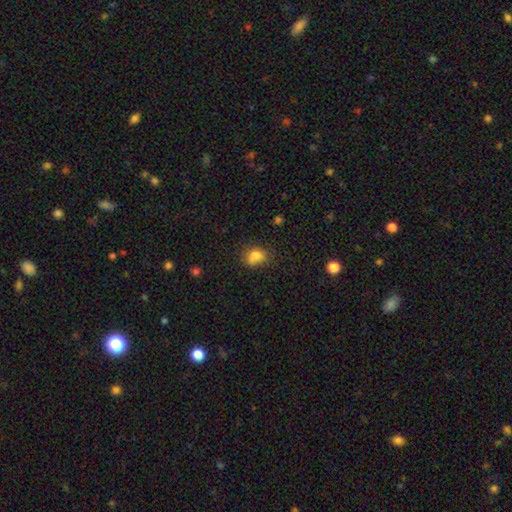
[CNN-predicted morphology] Overall: smooth (76%). How rounded: round (50%; in between 48%). Merging: none (44%; merger 26%).